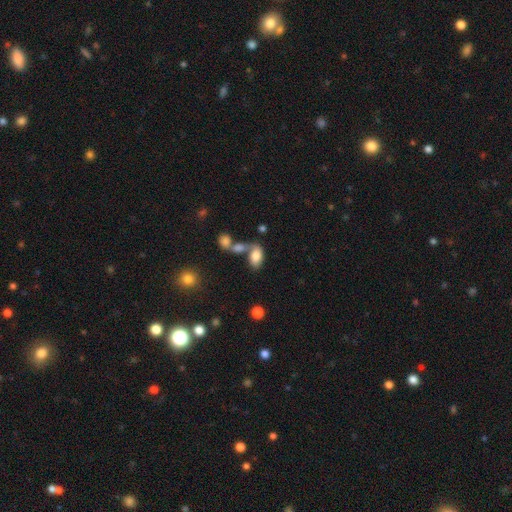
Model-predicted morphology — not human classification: A smooth galaxy with no disk features (79%) that is in between round and cigar-shaped (92%).

Vote fractions:
- Smooth or featured? smooth: 79% / featured or disk: 13% / star or artifact: 8%
- How rounded? in between: 92% / round: 6% / cigar-shaped: 2%
- Merging? merger: 40% / none: 38% / minor disturbance: 14% / major disturbance: 8%